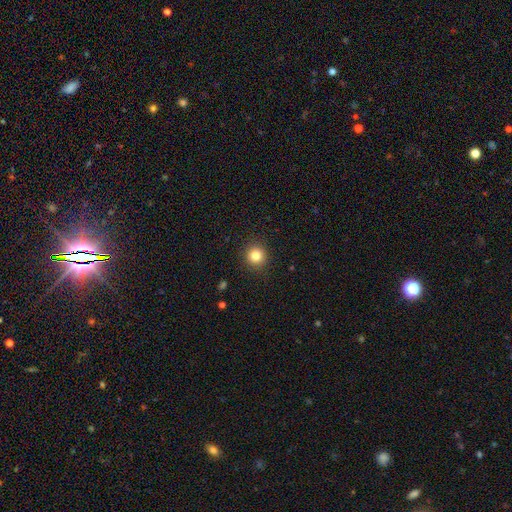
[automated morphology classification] Q: Smooth or featured?
A: smooth (83%); runner-up: star or artifact (12%)
Q: How rounded?
A: round (93%); runner-up: in between (6%)
Q: Merging?
A: none (91%); runner-up: minor disturbance (6%)